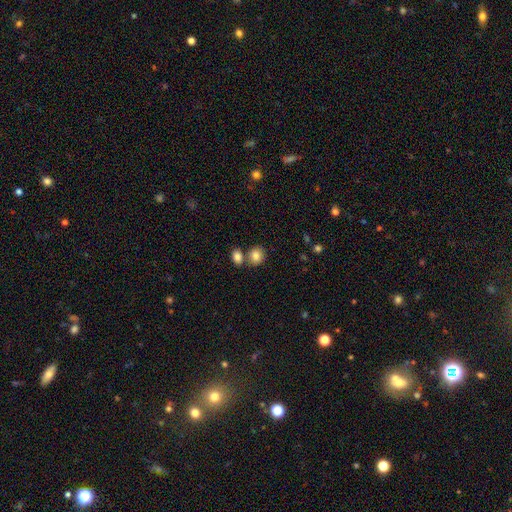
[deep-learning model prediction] Smooth or featured? Predicted: smooth (p=0.83). How rounded? Predicted: round (p=0.66). Merging? Predicted: none (p=0.58).